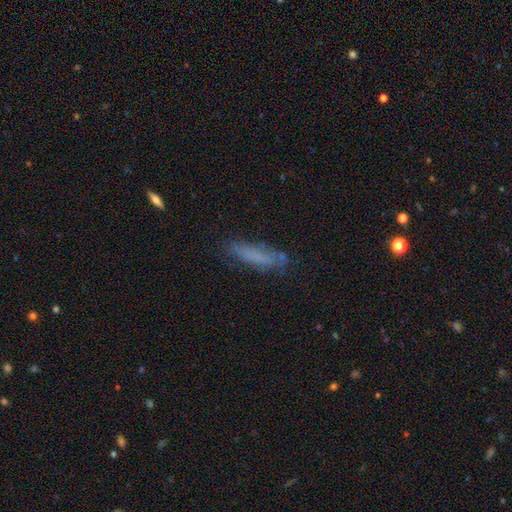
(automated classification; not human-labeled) Q: Smooth or featured?
A: smooth (64%); runner-up: featured or disk (25%)
Q: How rounded?
A: cigar-shaped (73%); runner-up: in between (26%)
Q: Merging?
A: none (65%); runner-up: minor disturbance (23%)